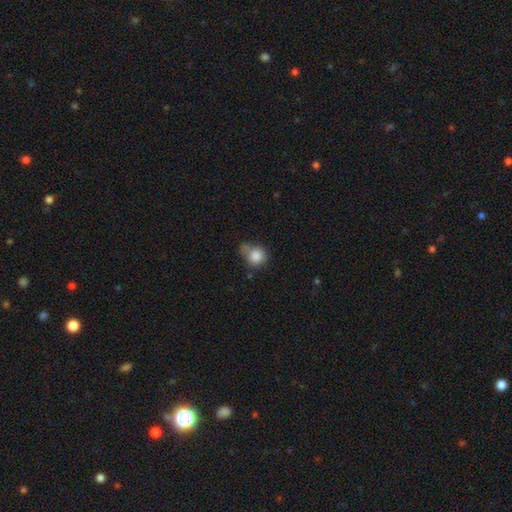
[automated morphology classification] A smooth galaxy with no disk features (84%) that is round (80%). Merging: none (45%).